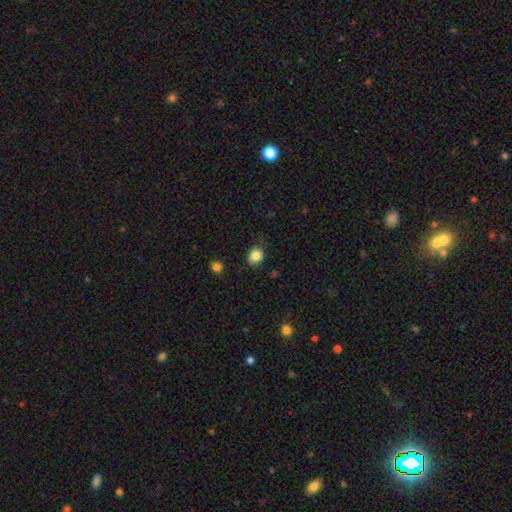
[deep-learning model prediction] Overall: smooth (85%). How rounded: round (73%). Merging: none (83%).